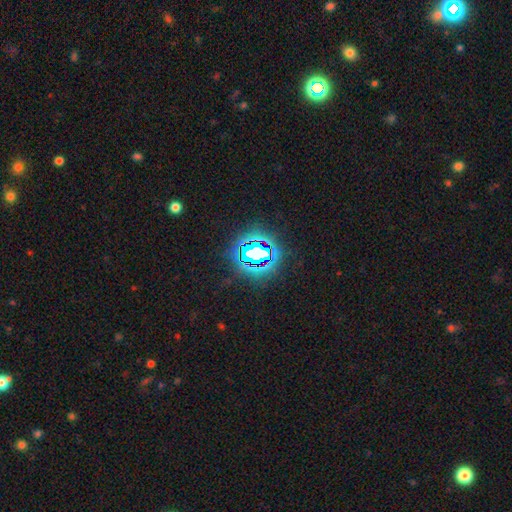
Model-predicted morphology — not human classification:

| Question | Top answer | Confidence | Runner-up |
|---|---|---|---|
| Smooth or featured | star or artifact | 74% | smooth (14%) |